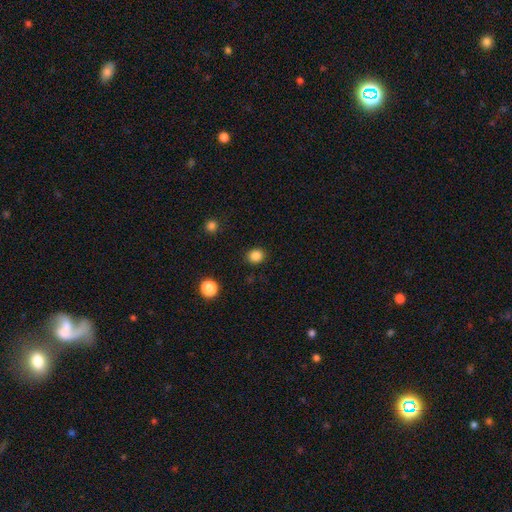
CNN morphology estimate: smooth-or-featured: smooth: 85% | star or artifact: 11% | featured or disk: 4%
  how-rounded: round: 75% | in between: 25% | cigar-shaped: 1%
  merging: none: 90% | minor disturbance: 7% | major disturbance: 2% | merger: 1%